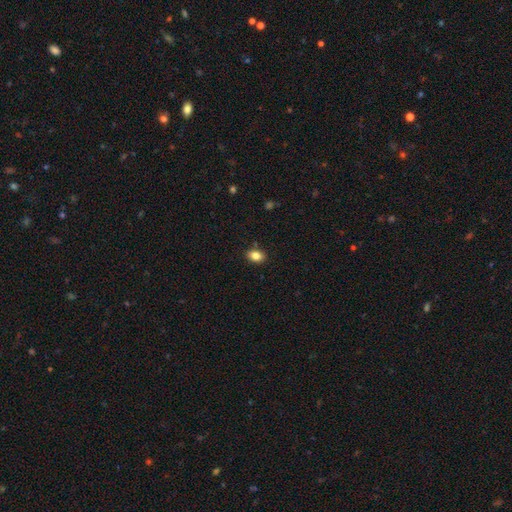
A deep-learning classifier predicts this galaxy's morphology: This appears to be a smooth galaxy with no disk features (84%) that is in between round and cigar-shaped (80%). Merging: none (86%).